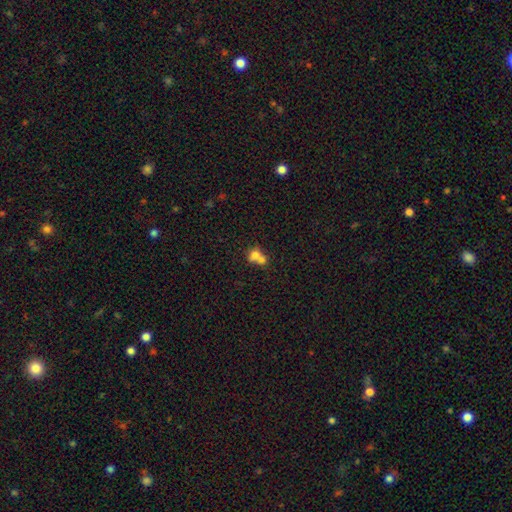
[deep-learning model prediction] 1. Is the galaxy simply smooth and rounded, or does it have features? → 69% smooth, 19% featured or disk, 12% star or artifact.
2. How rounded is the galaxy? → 58% round, 41% in between, 2% cigar-shaped.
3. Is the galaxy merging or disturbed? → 69% merger, 21% none, 7% minor disturbance, 4% major disturbance.